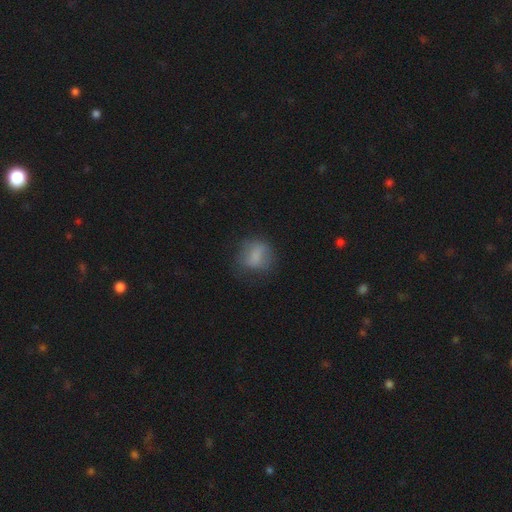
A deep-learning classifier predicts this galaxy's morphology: smooth_or_featured: smooth (p=0.72) [alt: featured or disk p=0.18]
how_rounded: round (p=0.63) [alt: in between p=0.35]
merging: none (p=0.61) [alt: minor disturbance p=0.24]